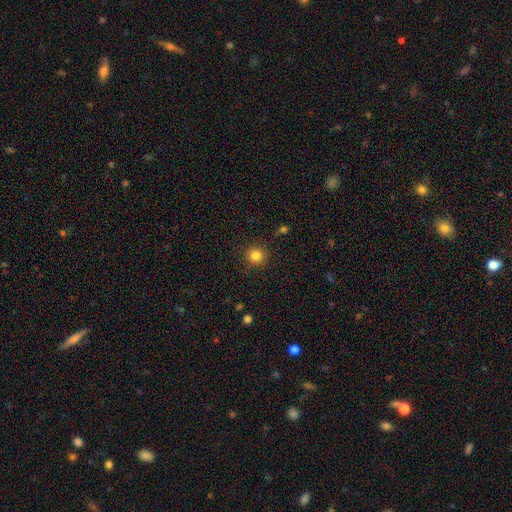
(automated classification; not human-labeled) Q: Smooth or featured?
A: smooth (84%); runner-up: star or artifact (12%)
Q: How rounded?
A: round (93%); runner-up: in between (6%)
Q: Merging?
A: none (90%); runner-up: minor disturbance (6%)